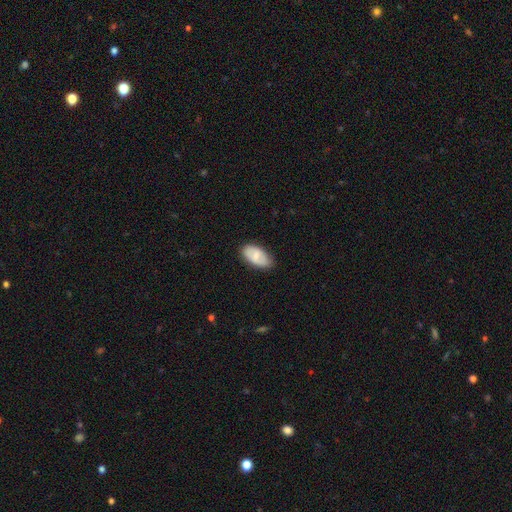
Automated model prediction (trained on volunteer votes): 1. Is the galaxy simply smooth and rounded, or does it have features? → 63% smooth, 30% featured or disk, 7% star or artifact.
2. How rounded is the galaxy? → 94% in between, 4% round, 2% cigar-shaped.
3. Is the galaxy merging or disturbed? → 78% none, 18% minor disturbance, 3% major disturbance, 1% merger.